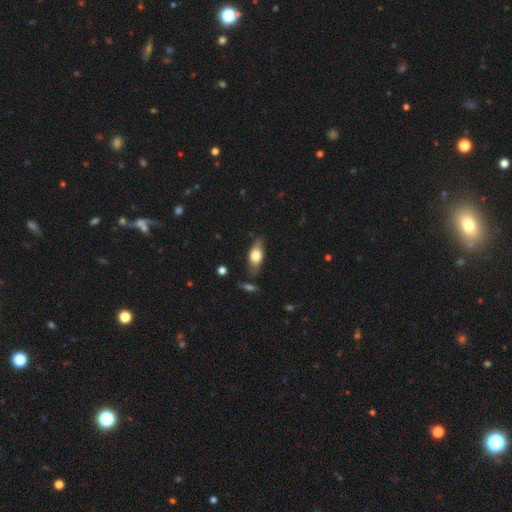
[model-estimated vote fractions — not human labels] Q: Smooth or featured?
A: smooth (68%); runner-up: featured or disk (25%)
Q: How rounded?
A: in between (83%); runner-up: cigar-shaped (13%)
Q: Merging?
A: none (74%); runner-up: minor disturbance (18%)